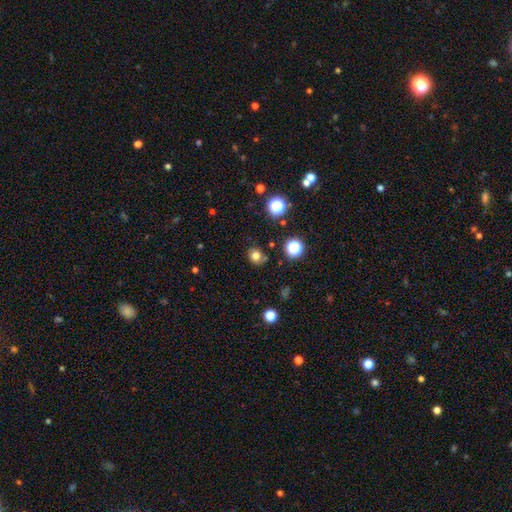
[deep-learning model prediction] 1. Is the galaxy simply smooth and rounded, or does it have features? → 77% smooth, 16% star or artifact, 7% featured or disk.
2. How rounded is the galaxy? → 77% round, 22% in between, 1% cigar-shaped.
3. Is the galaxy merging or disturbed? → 79% none, 14% minor disturbance, 4% major disturbance, 3% merger.